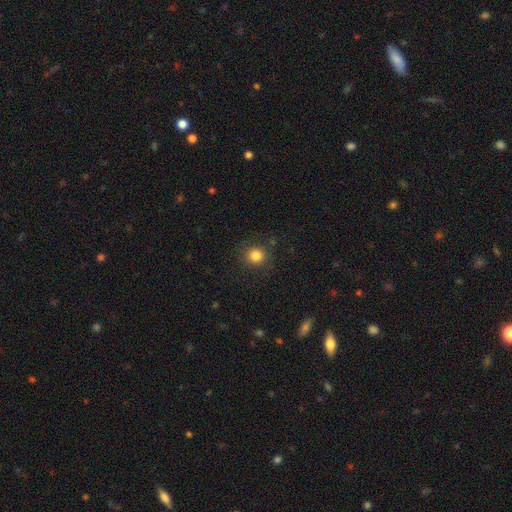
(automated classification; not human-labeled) Q: Smooth or featured?
A: smooth (83%); runner-up: star or artifact (12%)
Q: How rounded?
A: round (90%); runner-up: in between (9%)
Q: Merging?
A: none (86%); runner-up: minor disturbance (9%)